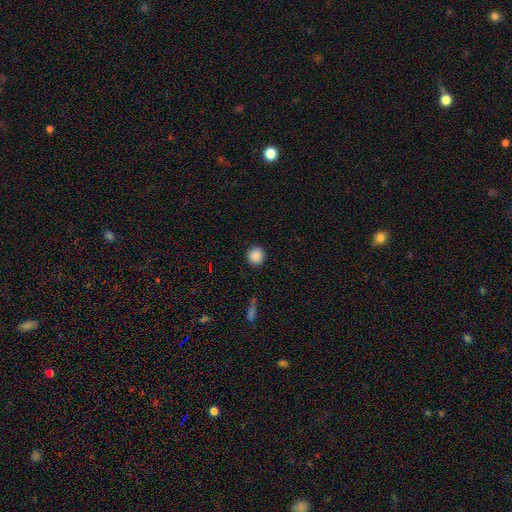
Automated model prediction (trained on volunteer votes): Overall: smooth (88%). How rounded: round (90%). Merging: none (90%).